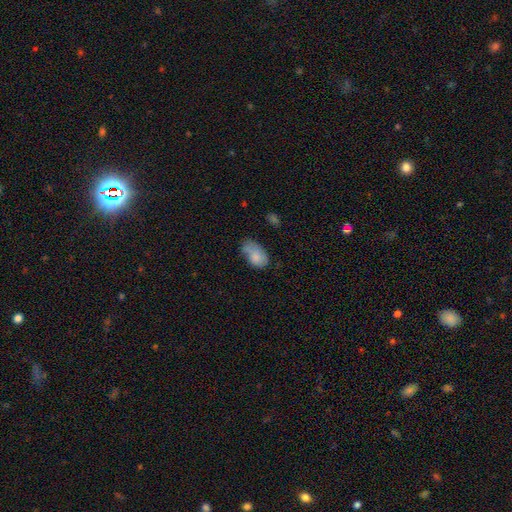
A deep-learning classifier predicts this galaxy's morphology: A smooth galaxy with no disk features (77%) that is in between round and cigar-shaped (90%).

Vote fractions:
- Smooth or featured? smooth: 77% / featured or disk: 15% / star or artifact: 8%
- How rounded? in between: 90% / round: 8% / cigar-shaped: 2%
- Merging? none: 38% / minor disturbance: 33% / major disturbance: 16% / merger: 13%